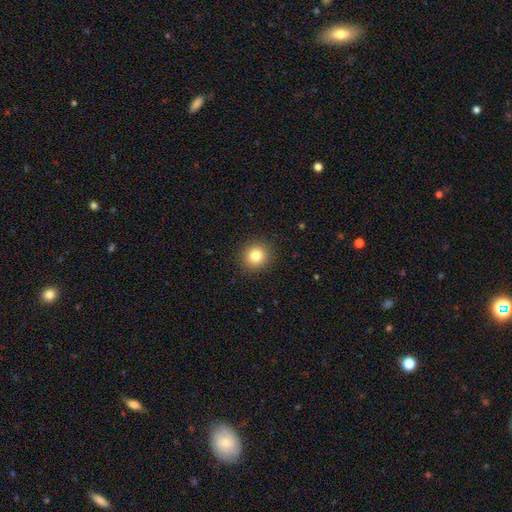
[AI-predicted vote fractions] smooth_or_featured: smooth (p=0.82) [alt: star or artifact p=0.11]
how_rounded: round (p=0.89) [alt: in between p=0.10]
merging: none (p=0.91) [alt: minor disturbance p=0.06]